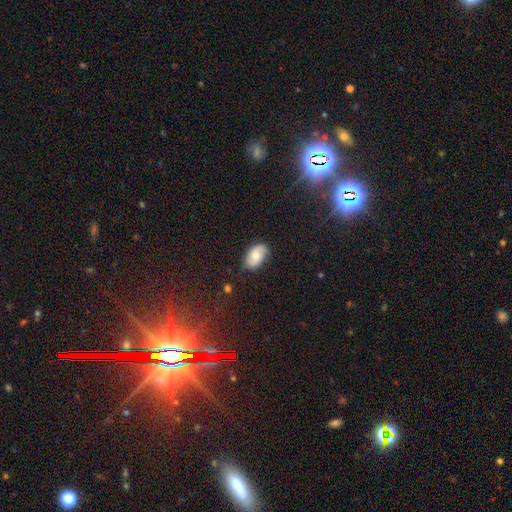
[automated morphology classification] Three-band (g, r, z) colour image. It shows a smooth galaxy with no disk features (58%) that is in between round and cigar-shaped (90%). Merging: none (78%).